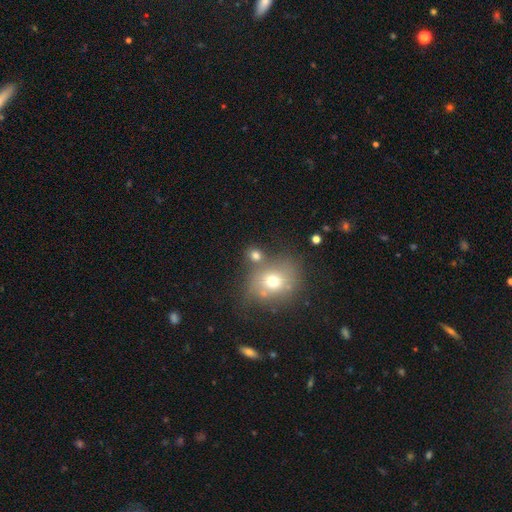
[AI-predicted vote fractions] Smooth or featured? Predicted: smooth (p=0.72). How rounded? Predicted: round (p=0.75). Merging? Predicted: none (p=0.57).